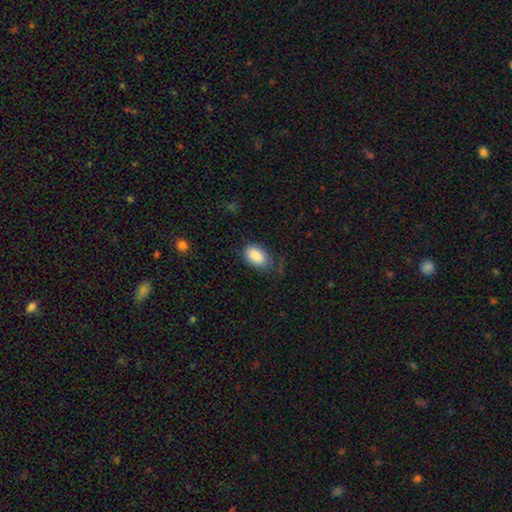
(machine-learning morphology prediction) smooth-or-featured: smooth: 87% | star or artifact: 7% | featured or disk: 6%
  how-rounded: in between: 90% | round: 8% | cigar-shaped: 1%
  merging: none: 62% | minor disturbance: 27% | major disturbance: 9% | merger: 2%